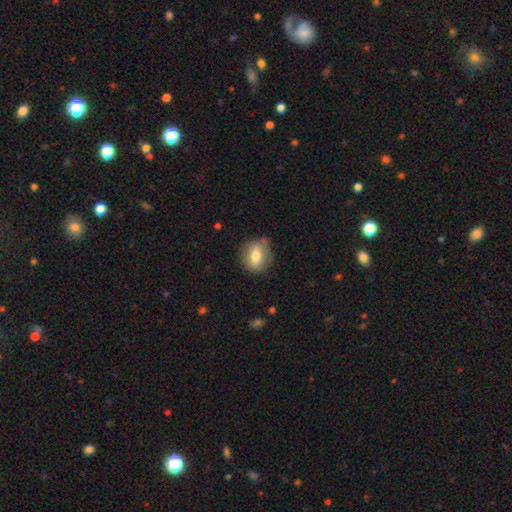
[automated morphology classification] Smooth or featured: smooth — 69% (featured or disk — 23%)
How rounded: round — 59% (in between — 39%)
Merging: none — 72% (minor disturbance — 20%)